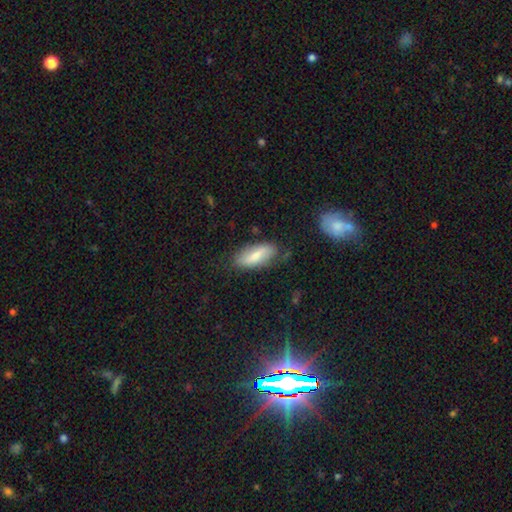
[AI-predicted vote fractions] Smooth or featured? smooth (72%)
How rounded? in between (77%)
Merging? none (70%)